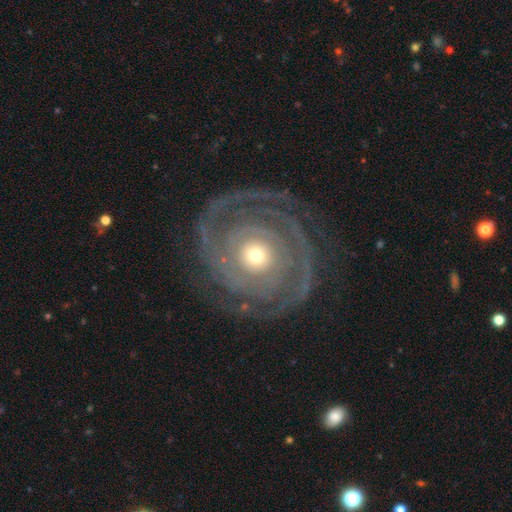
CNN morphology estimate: A featured or disk galaxy (86%) with no bar (86%), 2 (34%) tight (74%) spiral arms (91%) and a moderate central bulge (47%). Merging: none (72%).